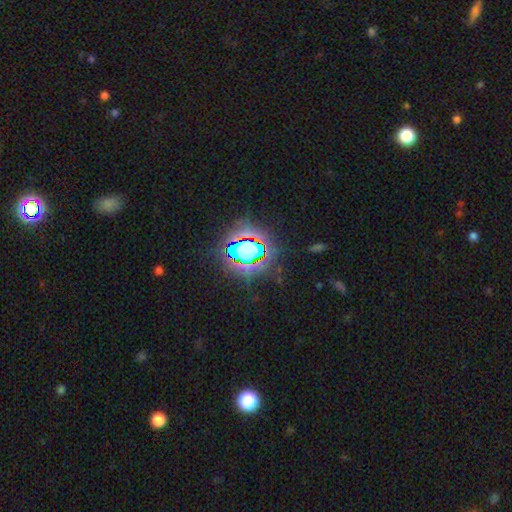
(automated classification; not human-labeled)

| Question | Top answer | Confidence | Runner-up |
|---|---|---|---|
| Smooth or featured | star or artifact | 67% | smooth (21%) |